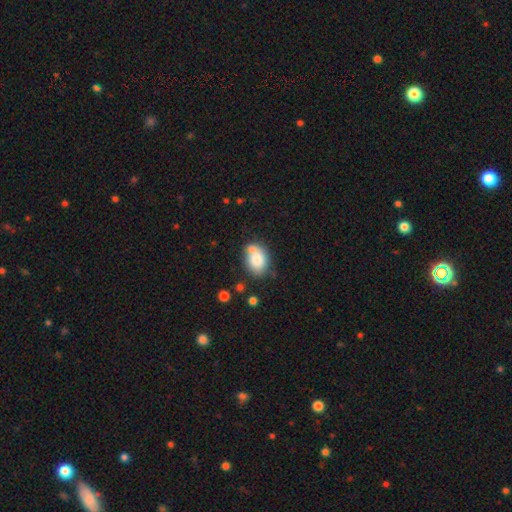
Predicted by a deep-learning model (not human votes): A smooth galaxy with no disk features (77%) that is in between round and cigar-shaped (72%). Merging: none (54%).